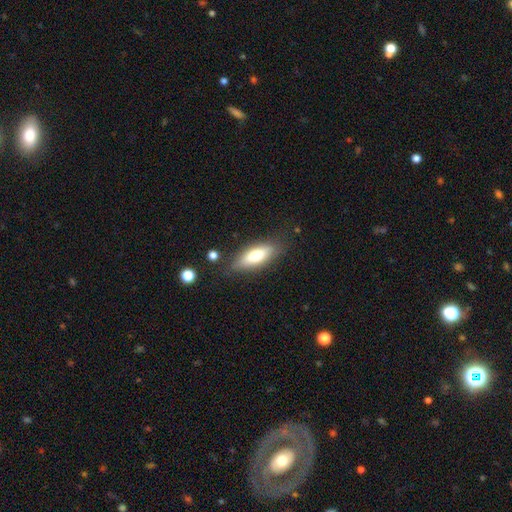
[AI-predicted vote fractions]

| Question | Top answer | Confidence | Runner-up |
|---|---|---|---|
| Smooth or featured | smooth | 65% | featured or disk (28%) |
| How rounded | in between | 62% | cigar-shaped (35%) |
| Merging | none | 80% | minor disturbance (14%) |